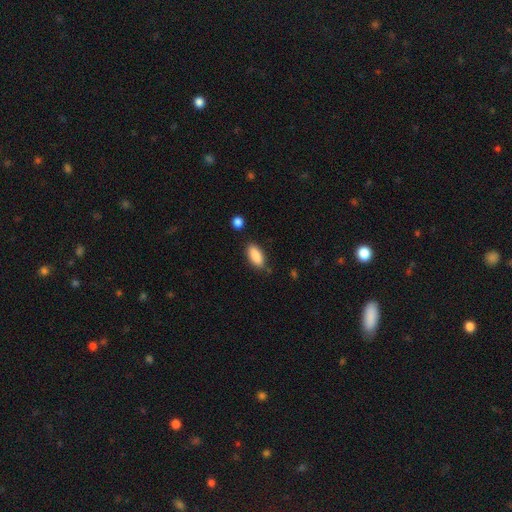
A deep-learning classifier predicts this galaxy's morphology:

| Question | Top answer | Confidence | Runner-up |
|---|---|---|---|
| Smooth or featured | smooth | 89% | star or artifact (6%) |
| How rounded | in between | 88% | cigar-shaped (10%) |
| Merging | none | 82% | minor disturbance (13%) |